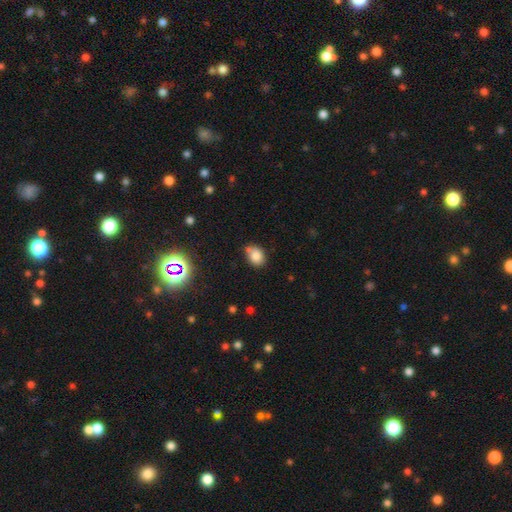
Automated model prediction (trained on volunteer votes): A smooth galaxy with no disk features (80%) that is in between round and cigar-shaped (60%).

Vote fractions:
- Smooth or featured? smooth: 80% / star or artifact: 12% / featured or disk: 8%
- How rounded? in between: 60% / round: 39% / cigar-shaped: 1%
- Merging? none: 61% / minor disturbance: 24% / merger: 10% / major disturbance: 5%